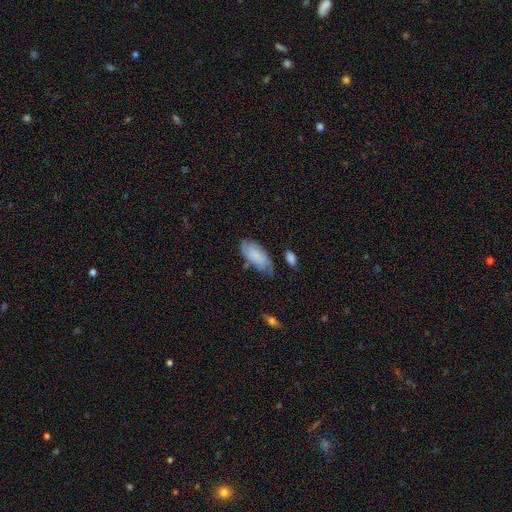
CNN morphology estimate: This appears to be a smooth galaxy with no disk features (65%) that is in between round and cigar-shaped (90%). Merging: none (57%).